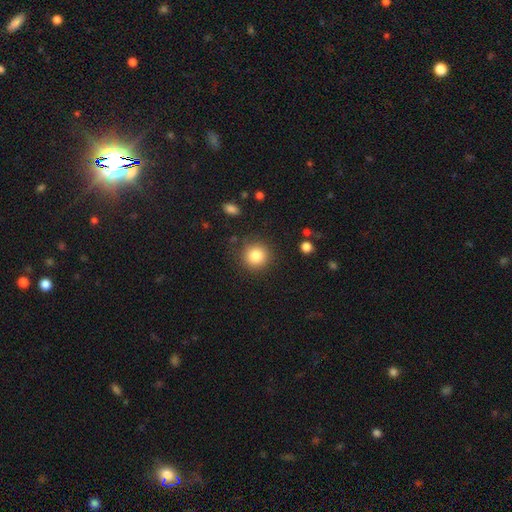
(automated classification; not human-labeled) Q: Smooth or featured?
A: smooth (83%); runner-up: star or artifact (10%)
Q: How rounded?
A: round (93%); runner-up: in between (6%)
Q: Merging?
A: none (87%); runner-up: minor disturbance (8%)